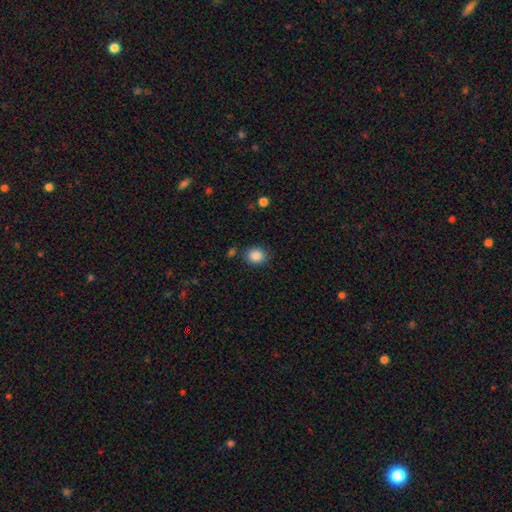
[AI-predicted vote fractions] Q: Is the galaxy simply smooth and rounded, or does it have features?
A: smooth — 87%.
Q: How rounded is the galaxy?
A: round — 71%.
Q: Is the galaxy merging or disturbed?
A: none — 83%.